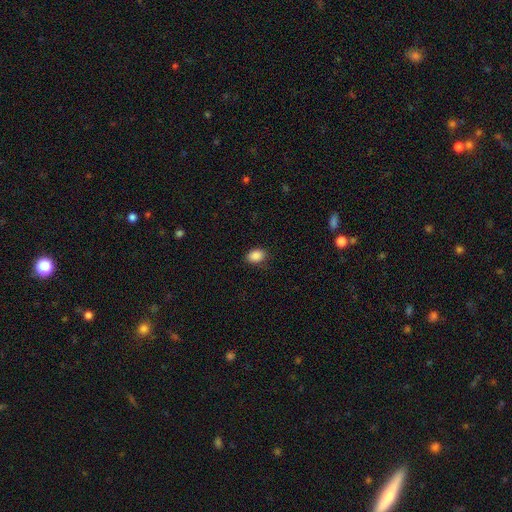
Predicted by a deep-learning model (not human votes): Q: Smooth or featured?
A: smooth (88%); runner-up: star or artifact (9%)
Q: How rounded?
A: in between (80%); runner-up: round (19%)
Q: Merging?
A: none (84%); runner-up: minor disturbance (12%)